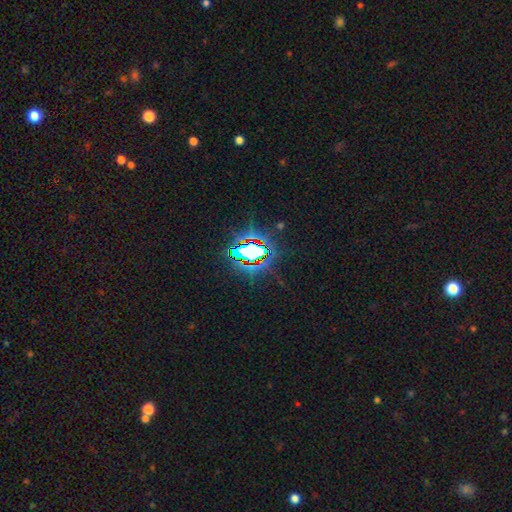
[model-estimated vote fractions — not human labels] This is likely a star or artifact rather than a galaxy (70%).